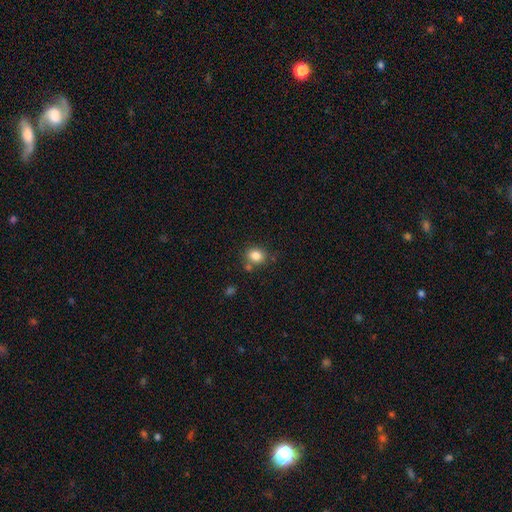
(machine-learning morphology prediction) A smooth galaxy with no disk features (83%) that is round (61%). Merging: none (71%).